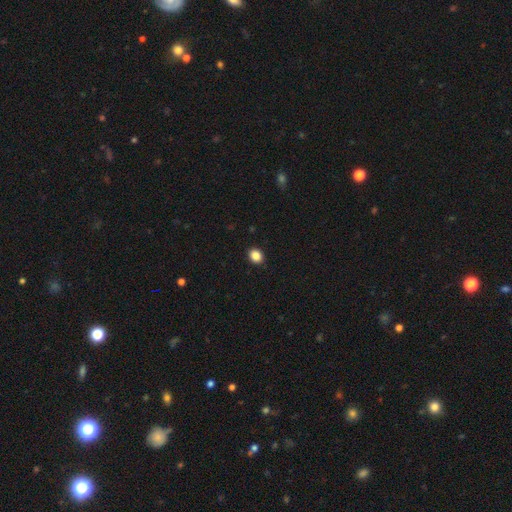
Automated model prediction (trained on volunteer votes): This is clearly a smooth galaxy (87%). How rounded: possibly round (57%). Merging: clearly none (91%).